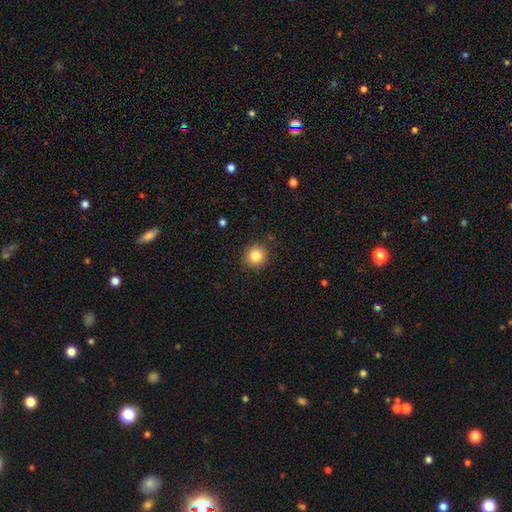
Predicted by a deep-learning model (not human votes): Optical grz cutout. It shows a smooth galaxy with no disk features (85%) that is round (92%). Merging: none (90%).